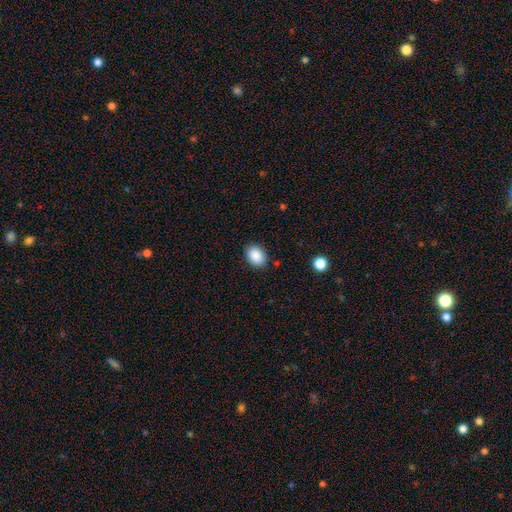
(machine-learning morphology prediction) Smooth or featured? Predicted: smooth (p=0.89). How rounded? Predicted: in between (p=0.68). Merging? Predicted: none (p=0.86).